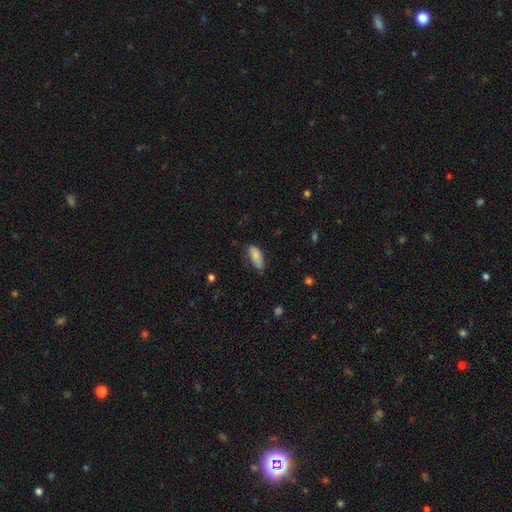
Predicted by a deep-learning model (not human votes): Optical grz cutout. It shows a smooth galaxy with no disk features (77%) that is in between round and cigar-shaped (86%). Merging: none (50%).